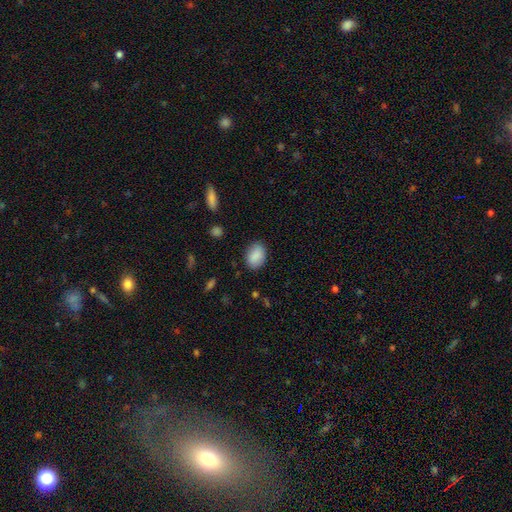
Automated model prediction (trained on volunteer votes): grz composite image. It shows a smooth galaxy with no disk features (88%) that is in between round and cigar-shaped (82%). Merging: none (84%).